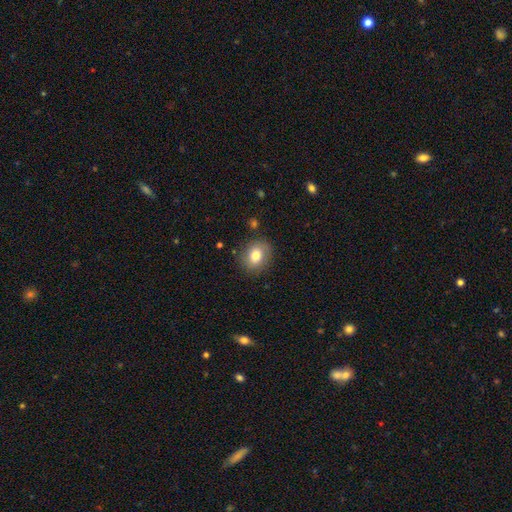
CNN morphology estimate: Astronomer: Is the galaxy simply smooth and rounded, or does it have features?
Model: smooth — 79%.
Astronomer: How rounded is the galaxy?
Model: round — 63%.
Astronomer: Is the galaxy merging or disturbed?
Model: none — 84%.